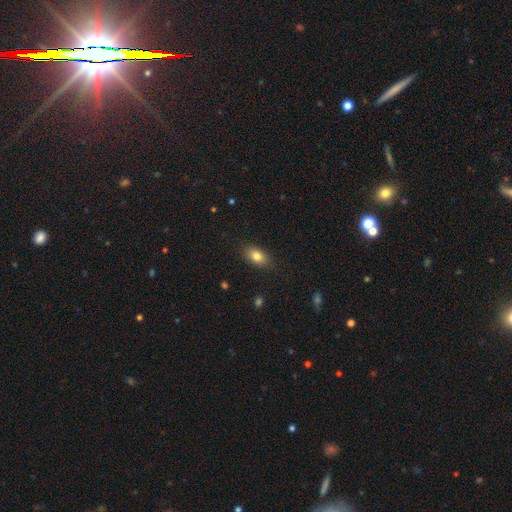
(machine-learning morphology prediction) A smooth galaxy with no disk features (81%) that is in between round and cigar-shaped (85%). Merging: none (85%).